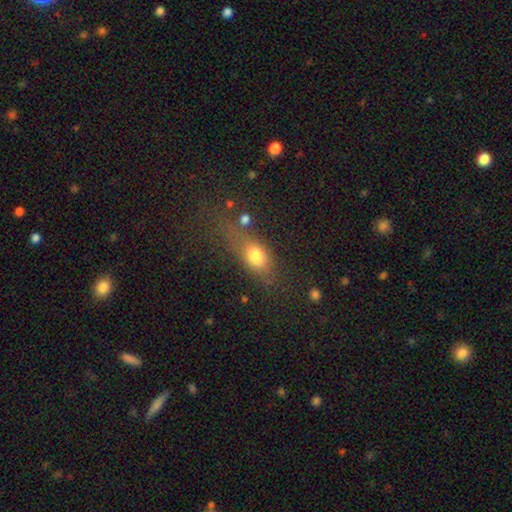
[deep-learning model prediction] Smooth or featured?
  - smooth: 74% *
  - featured or disk: 14%
  - star or artifact: 12%
How rounded?
  - in between: 73% *
  - round: 15%
  - cigar-shaped: 13%
Merging?
  - none: 42% *
  - major disturbance: 24%
  - minor disturbance: 22%
  - merger: 12%